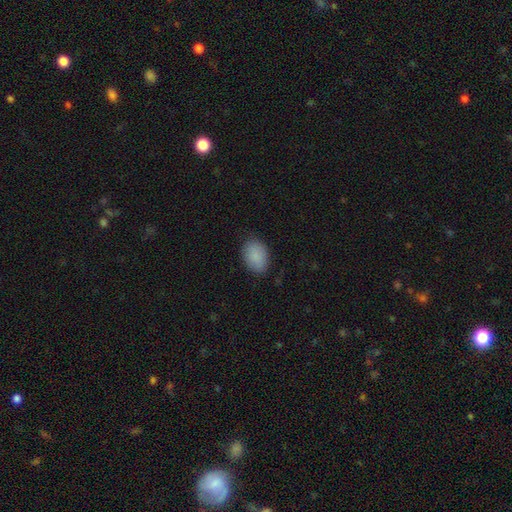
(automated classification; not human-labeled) This appears to be a smooth galaxy with no disk features (89%) that is in between round and cigar-shaped (80%). Merging: none (83%).